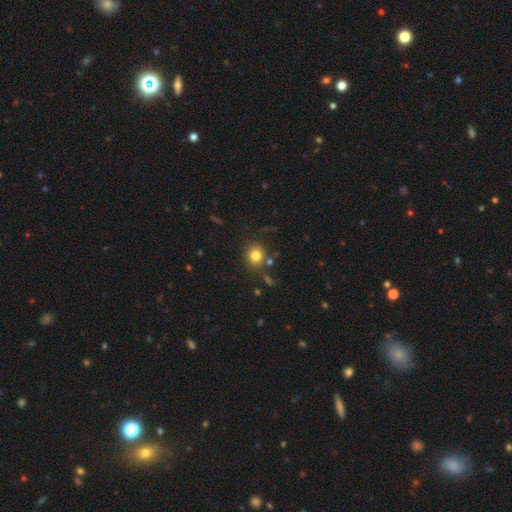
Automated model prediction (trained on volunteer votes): The model was most divided on "how rounded": round: 82%, in between: 18%, cigar-shaped: 1%. More confident: smooth or featured — smooth (80%); merging — none (78%).